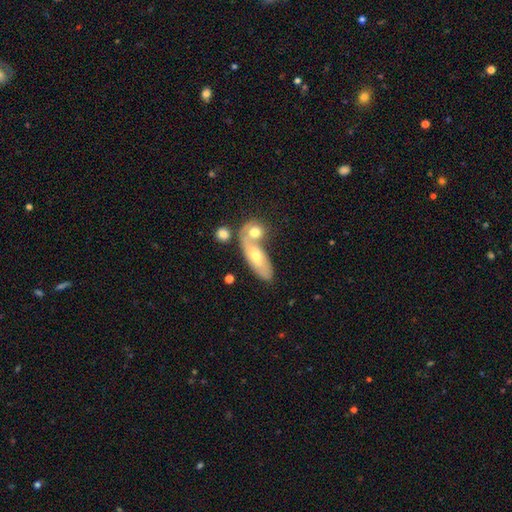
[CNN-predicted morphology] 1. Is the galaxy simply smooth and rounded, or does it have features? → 46% featured or disk (tied), 46% smooth (tied), 7% star or artifact.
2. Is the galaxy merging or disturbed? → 51% merger, 33% none, 11% minor disturbance, 6% major disturbance.